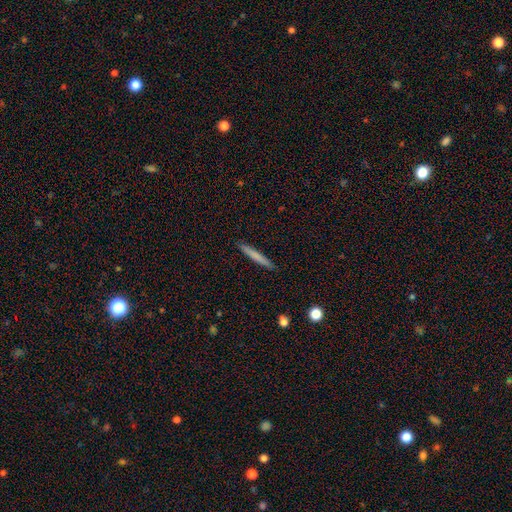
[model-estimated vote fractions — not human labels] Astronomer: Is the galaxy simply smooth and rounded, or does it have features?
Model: smooth — 73%.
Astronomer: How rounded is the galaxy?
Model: cigar-shaped — 96%.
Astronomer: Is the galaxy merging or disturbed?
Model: none — 91%.